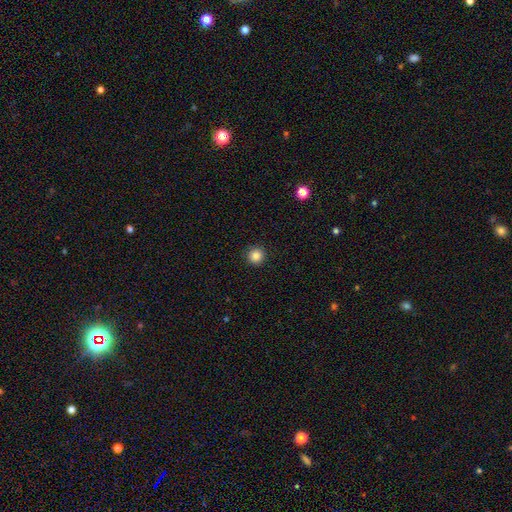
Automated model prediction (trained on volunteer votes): Q: Smooth or featured?
A: smooth (86%); runner-up: star or artifact (10%)
Q: How rounded?
A: round (95%); runner-up: in between (4%)
Q: Merging?
A: none (92%); runner-up: minor disturbance (5%)